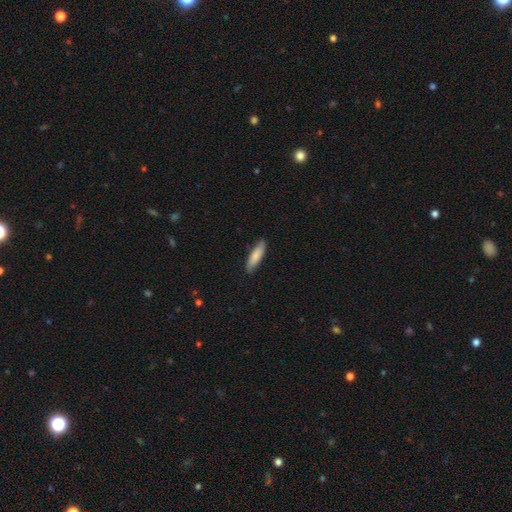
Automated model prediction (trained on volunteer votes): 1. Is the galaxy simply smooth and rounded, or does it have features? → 83% smooth, 11% featured or disk, 5% star or artifact.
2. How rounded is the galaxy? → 62% cigar-shaped, 36% in between, 1% round.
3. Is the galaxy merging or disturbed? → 84% none, 12% minor disturbance, 2% major disturbance, 1% merger.